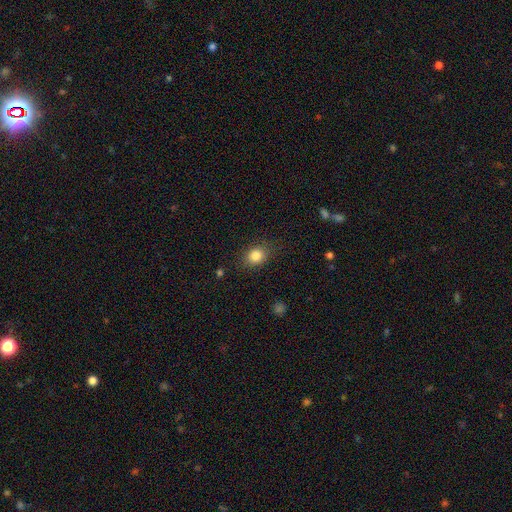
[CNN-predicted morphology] Q: Smooth or featured?
A: smooth (84%); runner-up: star or artifact (10%)
Q: How rounded?
A: round (54%); runner-up: in between (45%)
Q: Merging?
A: none (82%); runner-up: minor disturbance (13%)